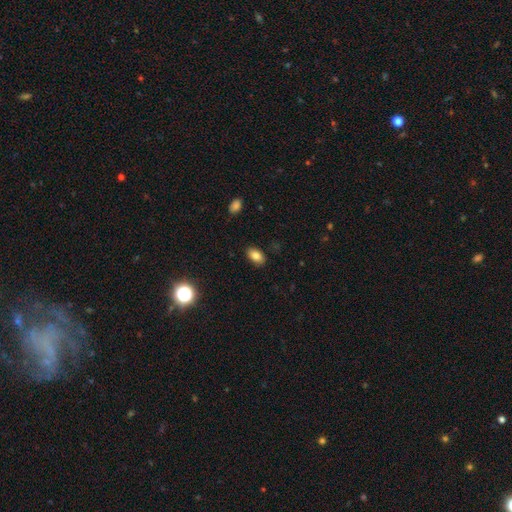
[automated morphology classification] Smooth or featured? smooth (83%)
How rounded? in between (91%)
Merging? none (87%)